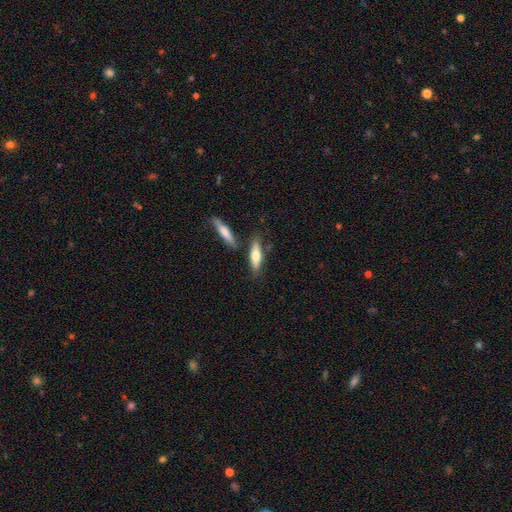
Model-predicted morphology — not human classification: Smooth or featured?
  - smooth: 67% *
  - featured or disk: 27%
  - star or artifact: 6%
How rounded?
  - cigar-shaped: 57% *
  - in between: 41%
  - round: 2%
Merging?
  - none: 71% *
  - minor disturbance: 14%
  - merger: 12%
  - major disturbance: 4%